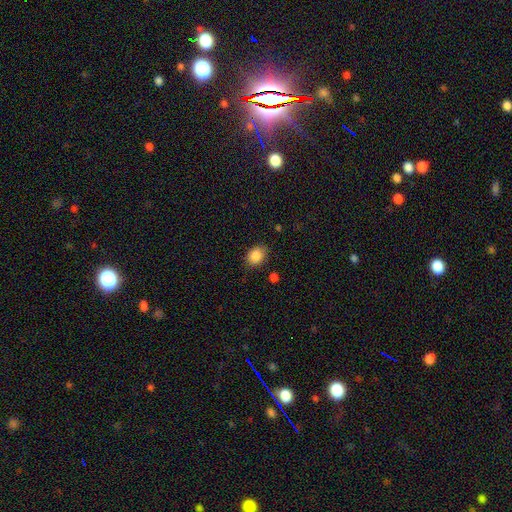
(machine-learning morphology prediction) The model was most divided on "how rounded": in between: 61%, round: 38%, cigar-shaped: 1%. More confident: smooth or featured — smooth (87%); merging — none (80%).